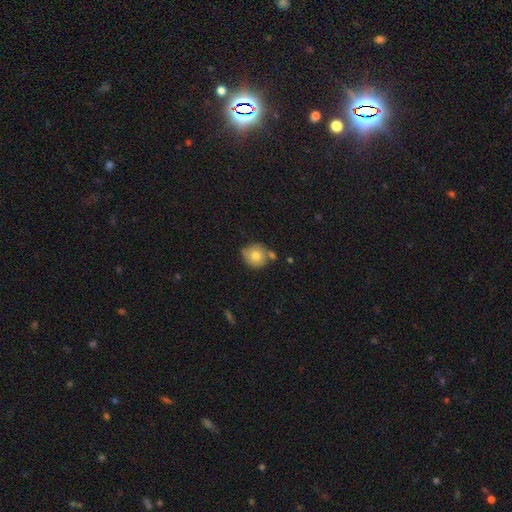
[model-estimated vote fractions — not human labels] The model was most divided on "merging": none: 66%, minor disturbance: 17%, merger: 13%, major disturbance: 4%. More confident: how rounded — round (88%); smooth or featured — smooth (76%).